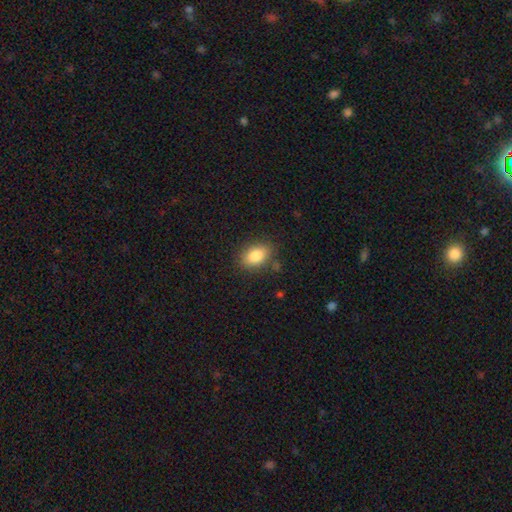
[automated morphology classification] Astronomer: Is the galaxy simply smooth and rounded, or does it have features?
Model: smooth — 84%.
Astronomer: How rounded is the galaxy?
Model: in between — 84%.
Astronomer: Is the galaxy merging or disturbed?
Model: none — 83%.